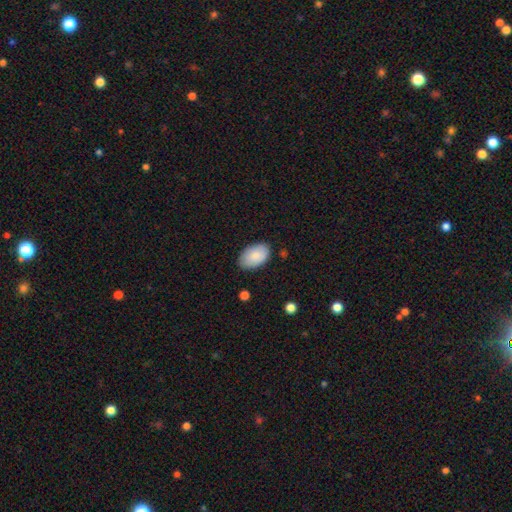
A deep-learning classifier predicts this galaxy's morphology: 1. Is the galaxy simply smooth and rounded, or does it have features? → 83% smooth, 11% featured or disk, 6% star or artifact.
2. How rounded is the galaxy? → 93% in between, 6% round, 1% cigar-shaped.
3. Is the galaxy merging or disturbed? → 81% none, 15% minor disturbance, 3% major disturbance, 1% merger.